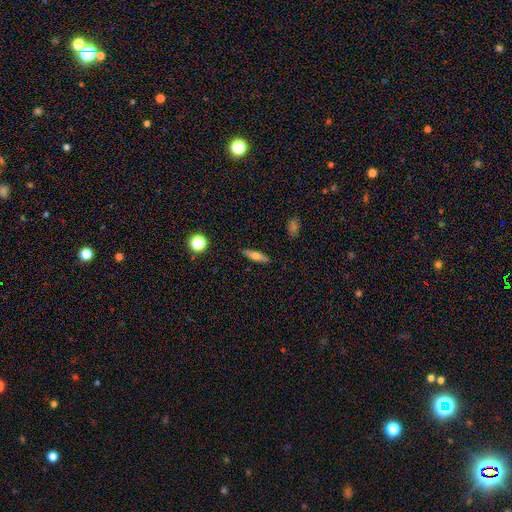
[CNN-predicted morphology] This is likely a smooth galaxy (64%). How rounded: possibly cigar-shaped (59%). Merging: clearly none (88%).